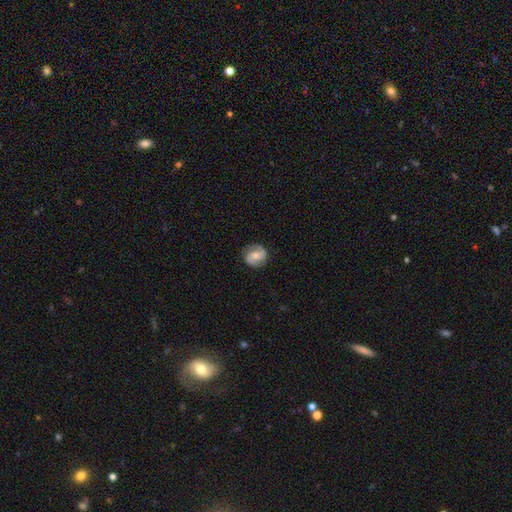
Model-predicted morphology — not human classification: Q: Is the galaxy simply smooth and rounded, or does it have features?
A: featured or disk — 68%.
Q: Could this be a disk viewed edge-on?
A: no — 98%.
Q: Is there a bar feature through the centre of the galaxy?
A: weak — 44%.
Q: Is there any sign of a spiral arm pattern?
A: yes — 94%.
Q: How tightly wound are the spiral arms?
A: medium — 49%.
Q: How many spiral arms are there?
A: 2 — 90%.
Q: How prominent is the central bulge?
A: moderate — 50%.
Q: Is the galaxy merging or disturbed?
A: none — 84%.